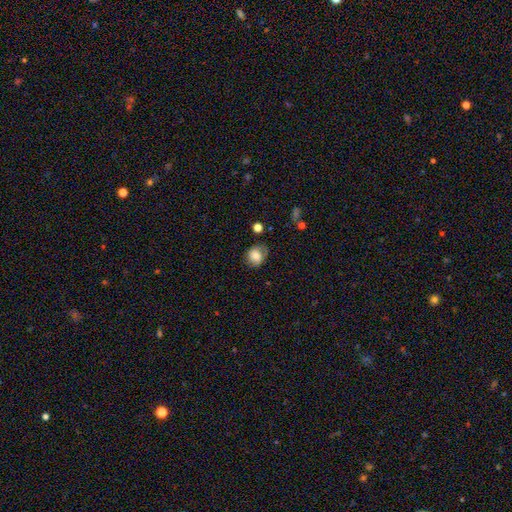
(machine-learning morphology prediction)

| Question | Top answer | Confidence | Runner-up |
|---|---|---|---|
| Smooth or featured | smooth | 74% | featured or disk (17%) |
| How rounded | round | 64% | in between (35%) |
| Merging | none | 67% | minor disturbance (23%) |